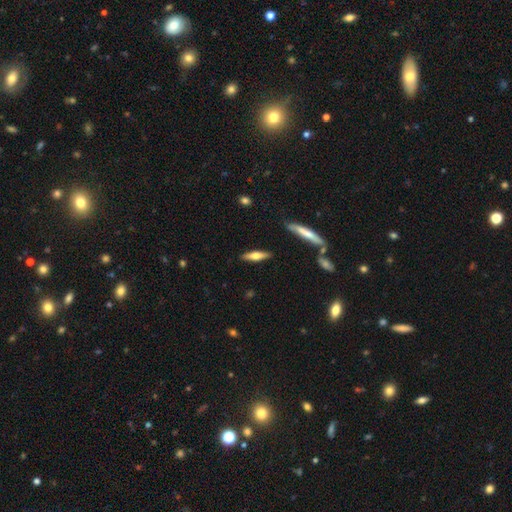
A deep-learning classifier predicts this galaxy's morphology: Smooth or featured?
  - smooth: 54% *
  - featured or disk: 40%
  - star or artifact: 6%
How rounded?
  - cigar-shaped: 73% *
  - in between: 26%
  - round: 2%
Merging?
  - none: 87% *
  - minor disturbance: 9%
  - major disturbance: 2%
  - merger: 2%